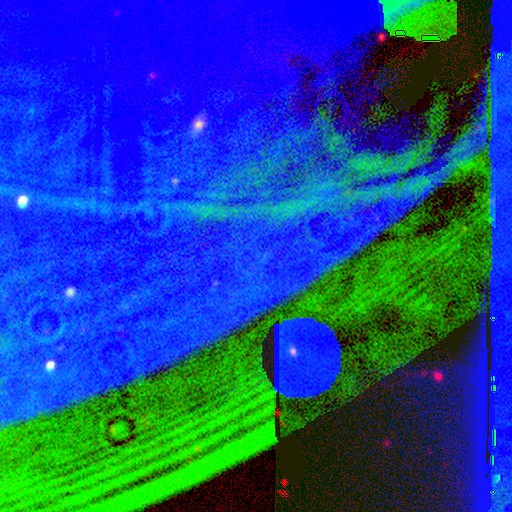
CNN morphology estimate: This appears to be a star or artifact, not a galaxy (84%).